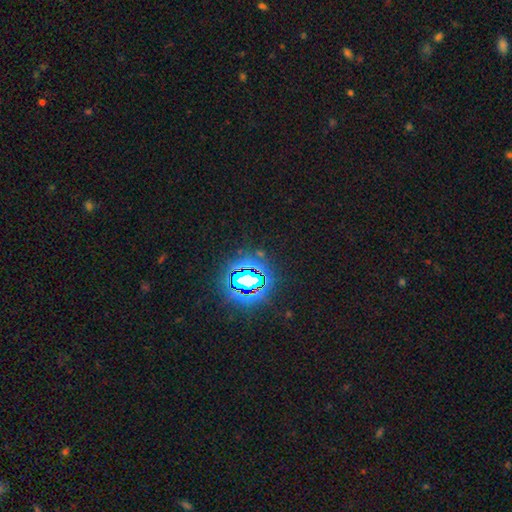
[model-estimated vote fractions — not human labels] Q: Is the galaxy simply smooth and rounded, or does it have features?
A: star or artifact — 83%.